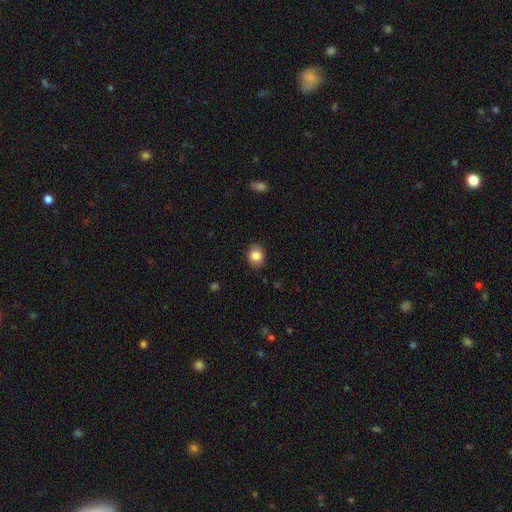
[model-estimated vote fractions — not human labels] The model was most divided on "how rounded": round: 62%, in between: 38%, cigar-shaped: 1%. More confident: merging — none (88%); smooth or featured — smooth (85%).